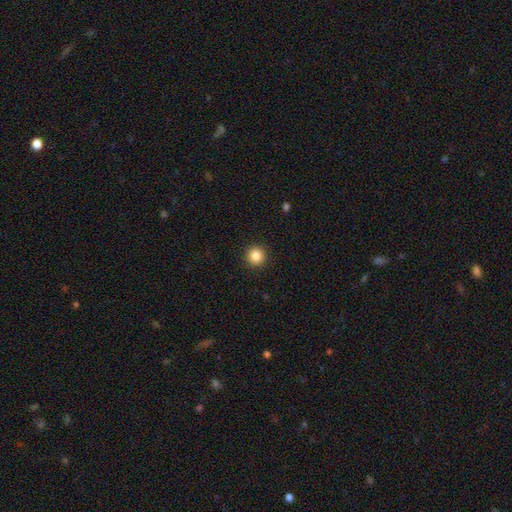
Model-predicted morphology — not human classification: This appears to be a smooth galaxy with no disk features (86%) that is round (95%). Merging: none (92%).